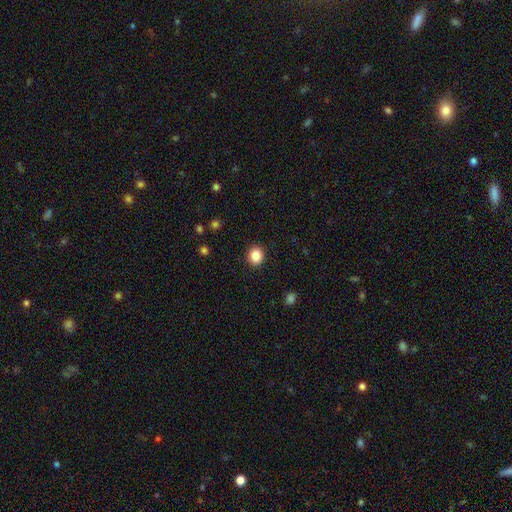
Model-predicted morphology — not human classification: A smooth galaxy with no disk features (87%) that is round (81%). Merging: none (92%).